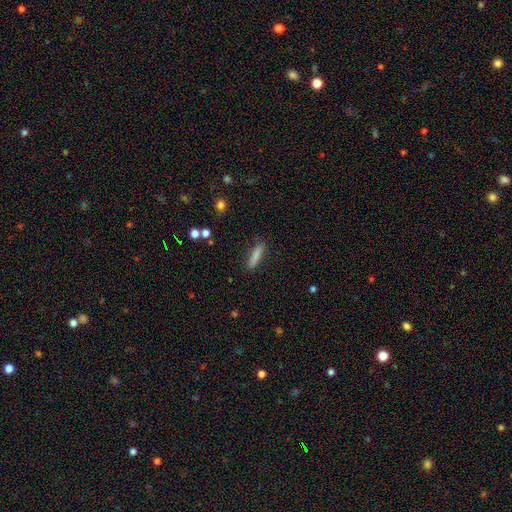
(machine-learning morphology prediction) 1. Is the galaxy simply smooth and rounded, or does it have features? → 83% smooth, 10% featured or disk, 7% star or artifact.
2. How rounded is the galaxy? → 78% cigar-shaped, 20% in between, 2% round.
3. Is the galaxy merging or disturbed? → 84% none, 11% minor disturbance, 3% major disturbance, 2% merger.